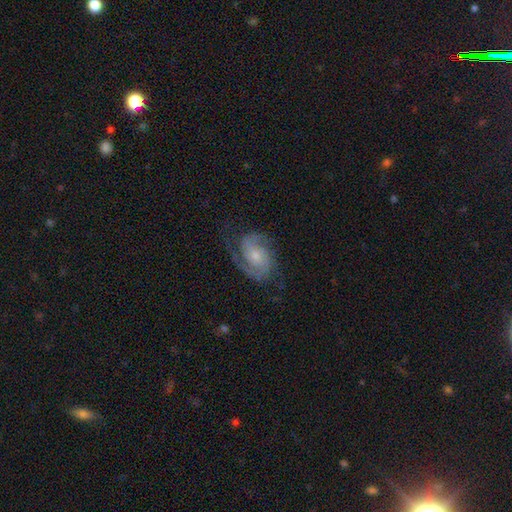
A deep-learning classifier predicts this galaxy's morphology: type=featured or disk (86%); edge-on=no (97%); bar=no (67%); spiral arms=yes (97%); winding=medium (46%); arm count=2 (80%); bulge=small (63%); merging=none (70%).